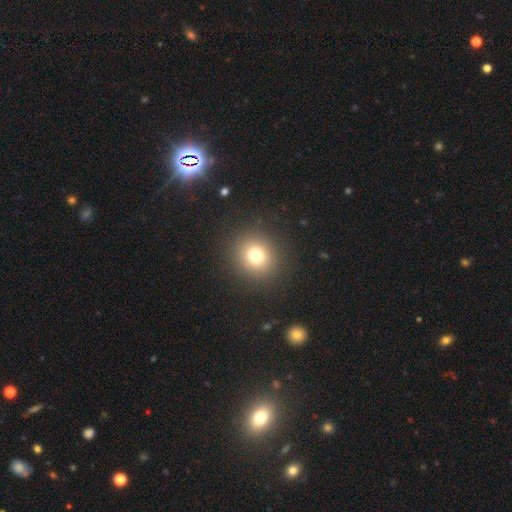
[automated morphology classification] type=smooth (76%); roundness=round (88%); merging=none (90%).